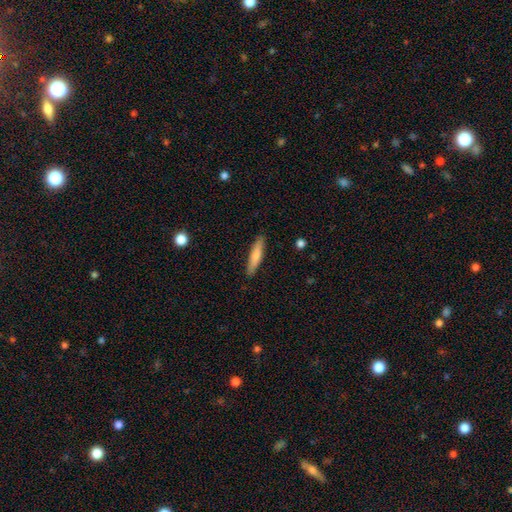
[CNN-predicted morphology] type=smooth (76%); roundness=cigar-shaped (86%); merging=none (88%).